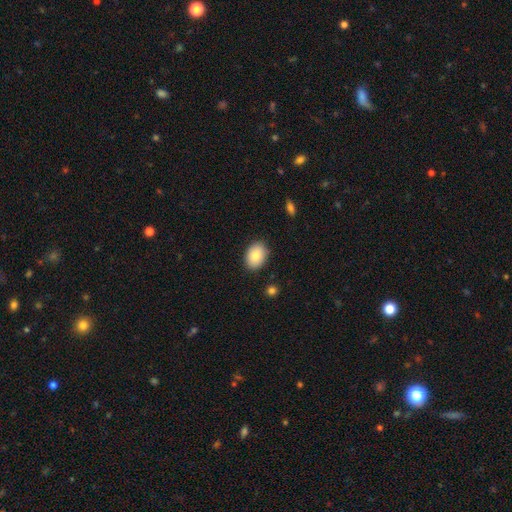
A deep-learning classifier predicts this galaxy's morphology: Q: Smooth or featured?
A: smooth (84%); runner-up: featured or disk (9%)
Q: How rounded?
A: in between (77%); runner-up: round (22%)
Q: Merging?
A: none (87%); runner-up: minor disturbance (9%)